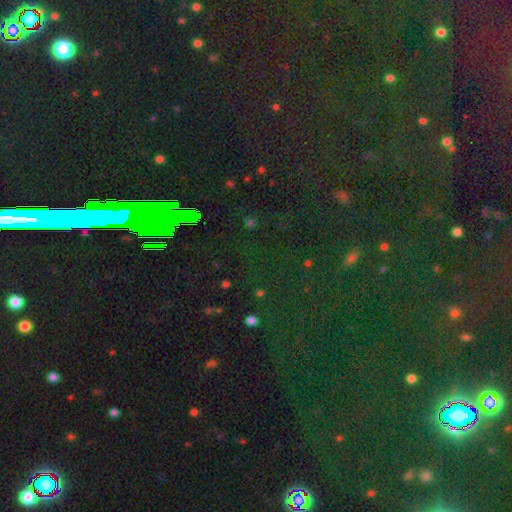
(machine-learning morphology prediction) smooth-or-featured: star or artifact: 78% | smooth: 13% | featured or disk: 9%